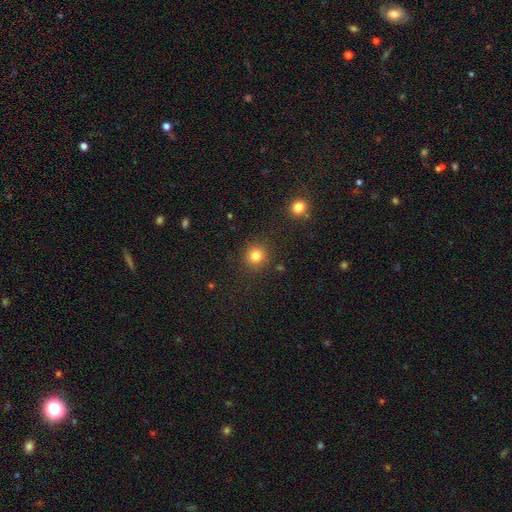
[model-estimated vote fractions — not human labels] smooth-or-featured: smooth: 82% | star or artifact: 13% | featured or disk: 5%
  how-rounded: round: 91% | in between: 9% | cigar-shaped: 1%
  merging: none: 88% | minor disturbance: 7% | major disturbance: 3% | merger: 2%